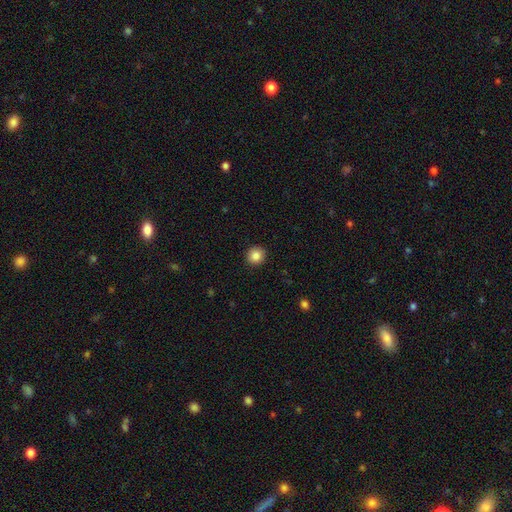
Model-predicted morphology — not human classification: Overall: smooth (86%). How rounded: round (92%). Merging: none (92%).